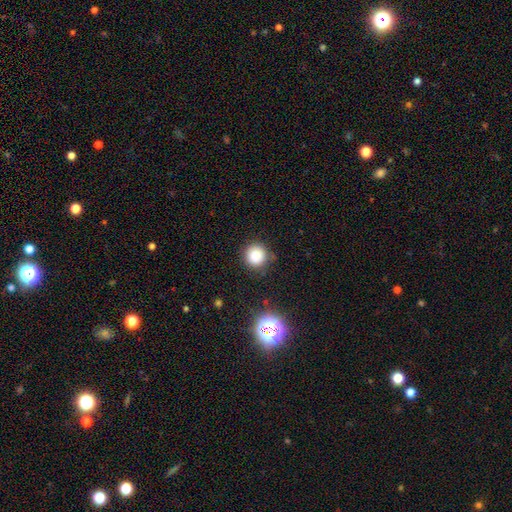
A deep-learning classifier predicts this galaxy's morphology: type=smooth (83%); roundness=round (92%); merging=none (85%).